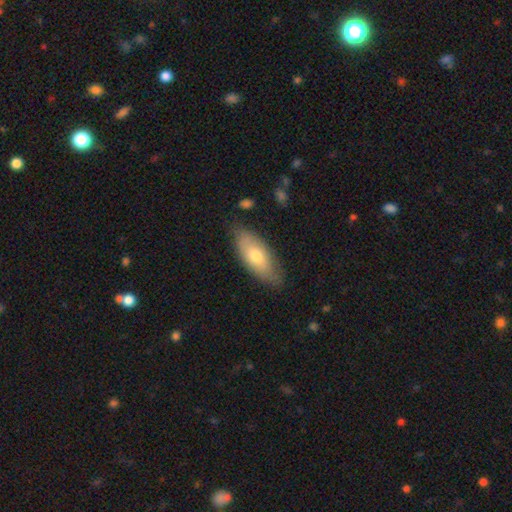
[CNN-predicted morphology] smooth 67%, featured or disk 27%, star or artifact 6%. Down the decision tree: how rounded — in between (82%); merging — none (76%).